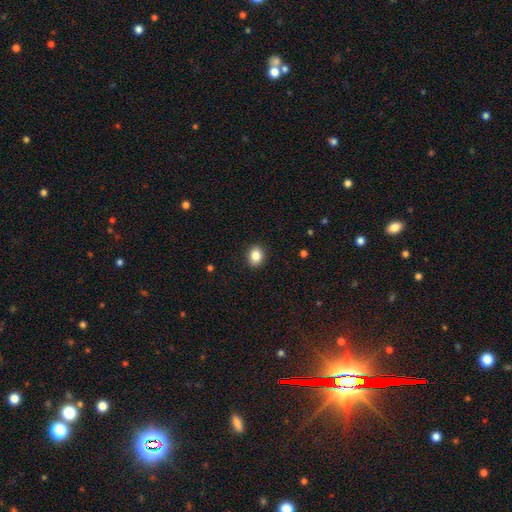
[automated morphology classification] This is clearly a smooth galaxy (85%). How rounded: possibly round (54%). Merging: clearly none (91%).